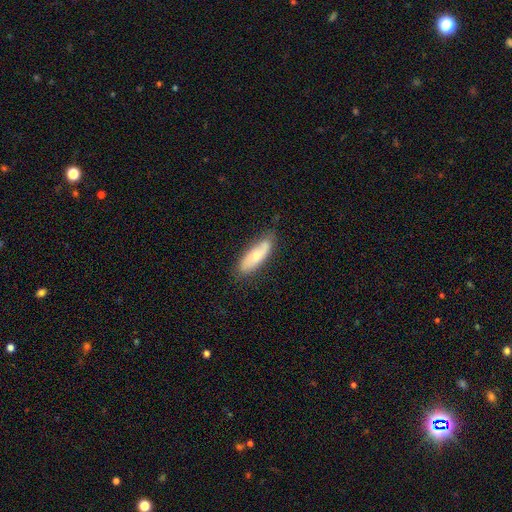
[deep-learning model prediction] smooth-or-featured: smooth: 56% | featured or disk: 37% | star or artifact: 6%
  how-rounded: in between: 59% | cigar-shaped: 39% | round: 2%
  merging: none: 72% | minor disturbance: 22% | major disturbance: 4% | merger: 2%